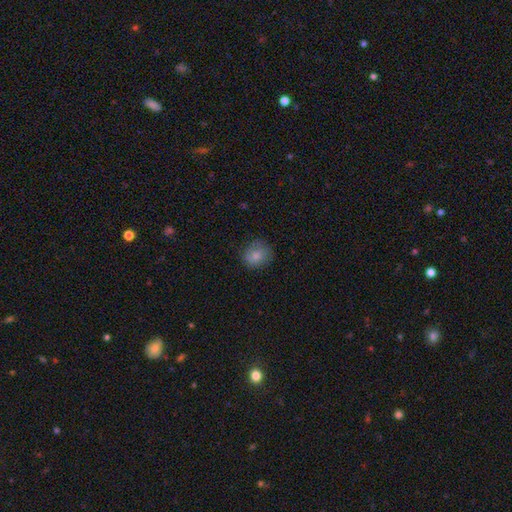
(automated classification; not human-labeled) Morphology: type=smooth (80%); roundness=round (75%); merging=none (77%).